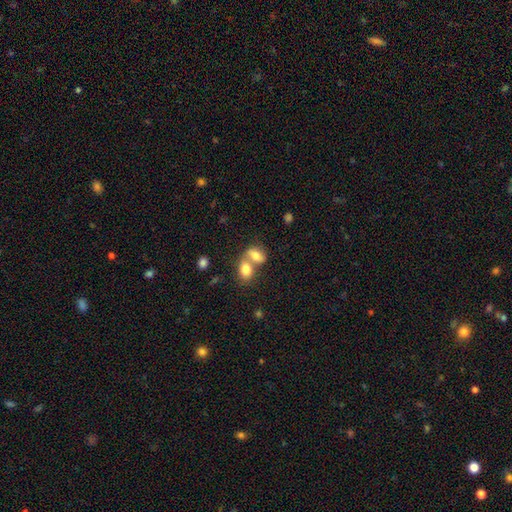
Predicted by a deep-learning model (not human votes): This appears to be a smooth galaxy with no disk features (77%) that is in between round and cigar-shaped (80%). Merging: merger (63%).